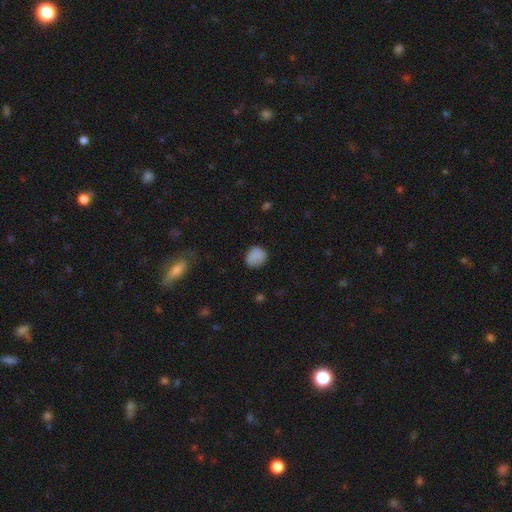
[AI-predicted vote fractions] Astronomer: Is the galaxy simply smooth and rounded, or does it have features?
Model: smooth — 85%.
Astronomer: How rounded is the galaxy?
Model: round — 74%.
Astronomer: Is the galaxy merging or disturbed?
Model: none — 80%.